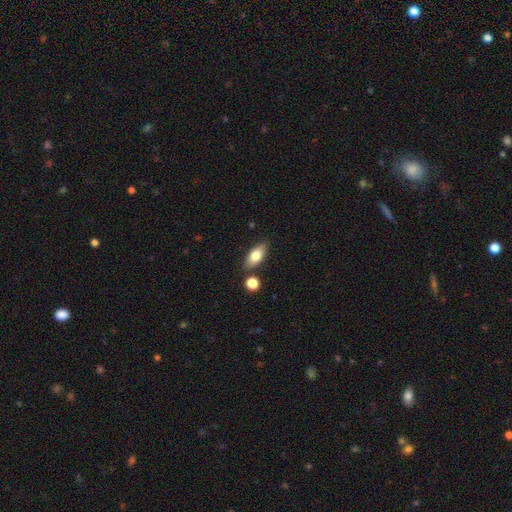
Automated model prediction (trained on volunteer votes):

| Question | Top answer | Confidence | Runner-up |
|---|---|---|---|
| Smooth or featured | smooth | 76% | featured or disk (16%) |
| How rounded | in between | 83% | cigar-shaped (12%) |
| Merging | none | 78% | minor disturbance (12%) |